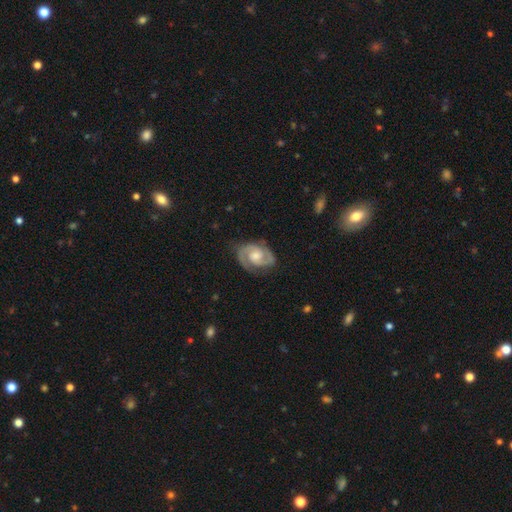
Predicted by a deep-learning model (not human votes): Smooth or featured? Predicted: featured or disk (p=0.87). Edge-on disk? Predicted: no (p=0.97). Bar? Predicted: no (p=0.59). Spiral arms? Predicted: yes (p=0.97). Spiral winding? Predicted: medium (p=0.47). Spiral arm count? Predicted: 2 (p=0.90). Bulge size? Predicted: moderate (p=0.57). Merging? Predicted: none (p=0.76).